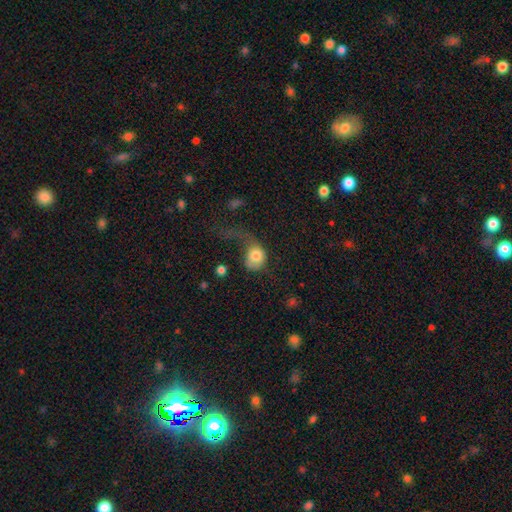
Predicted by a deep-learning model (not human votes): Smooth or featured: smooth — 72% (featured or disk — 21%)
How rounded: round — 55% (in between — 43%)
Merging: major disturbance — 62% (minor disturbance — 17%)